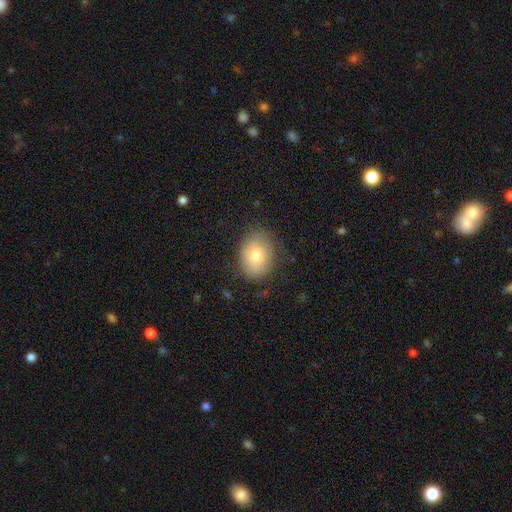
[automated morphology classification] type=smooth (72%); roundness=in between (63%); merging=none (75%).